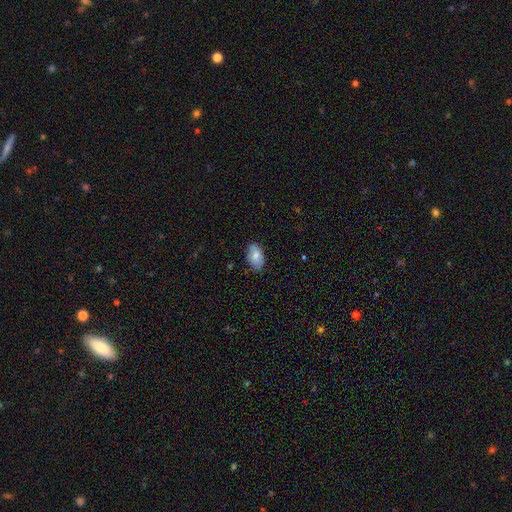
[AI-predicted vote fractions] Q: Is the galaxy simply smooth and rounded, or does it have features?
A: smooth — 77%.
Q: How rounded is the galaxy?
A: in between — 93%.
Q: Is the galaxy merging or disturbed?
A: none — 77%.